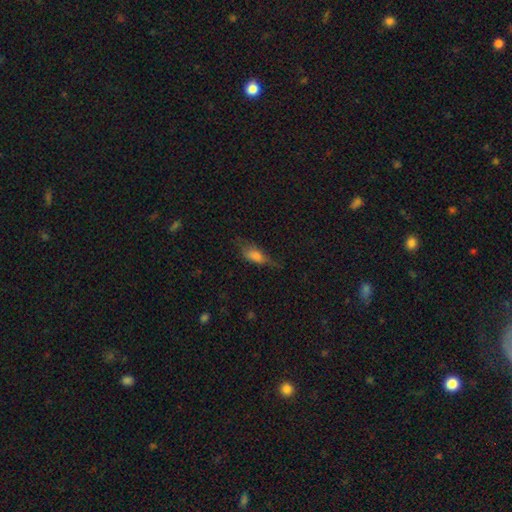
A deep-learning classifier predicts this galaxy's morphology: Smooth or featured? smooth (71%)
How rounded? in between (72%)
Merging? none (52%)